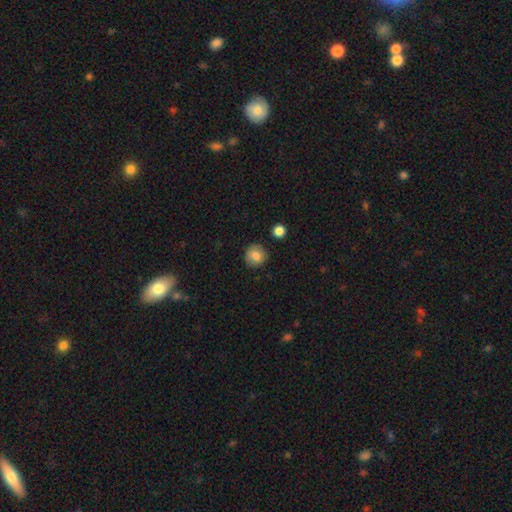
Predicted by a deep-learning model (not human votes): A smooth galaxy with no disk features (82%) that is round (90%). Merging: none (85%).